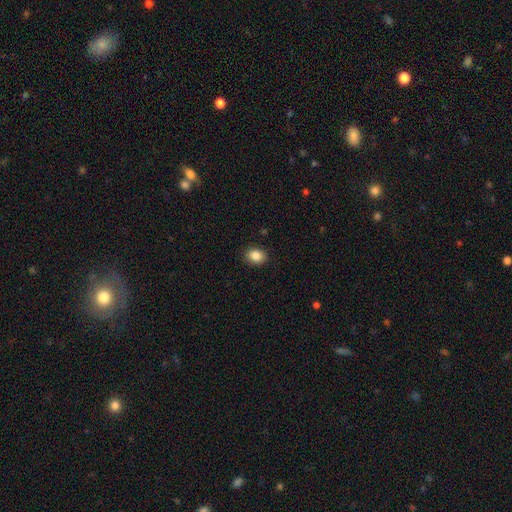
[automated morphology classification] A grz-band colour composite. It shows a smooth galaxy with no disk features (86%) that is in between round and cigar-shaped (53%). Merging: none (89%).